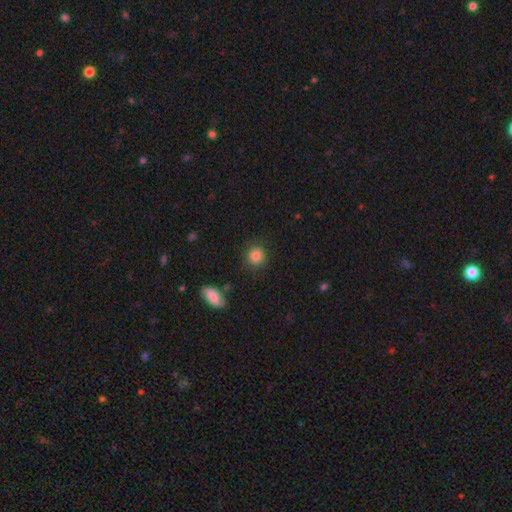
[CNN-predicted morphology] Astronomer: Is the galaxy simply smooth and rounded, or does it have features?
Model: smooth — 85%.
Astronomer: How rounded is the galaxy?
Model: round — 88%.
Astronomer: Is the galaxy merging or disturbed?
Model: none — 88%.